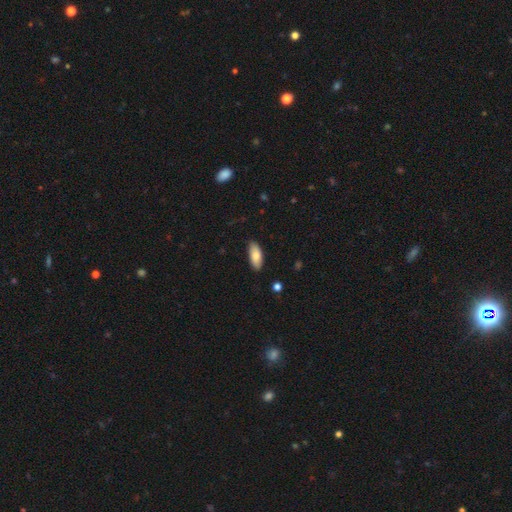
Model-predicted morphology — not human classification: smooth 81%, featured or disk 13%, star or artifact 6%. Down the decision tree: how rounded — in between (81%); merging — none (87%).